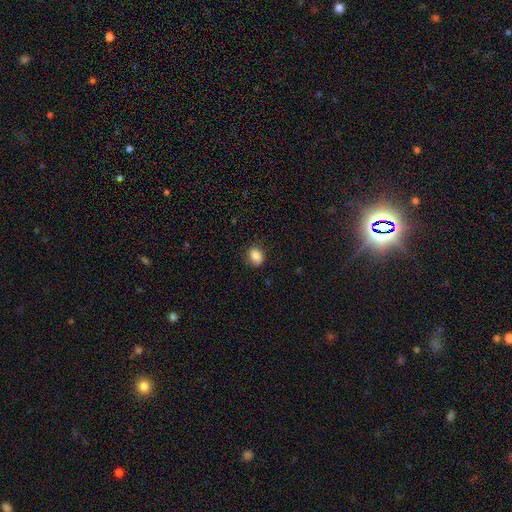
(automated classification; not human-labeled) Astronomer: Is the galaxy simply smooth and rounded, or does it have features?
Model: smooth — 83%.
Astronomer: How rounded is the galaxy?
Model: in between — 53% (runner-up: round, 46%).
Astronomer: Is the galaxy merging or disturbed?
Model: none — 81%.